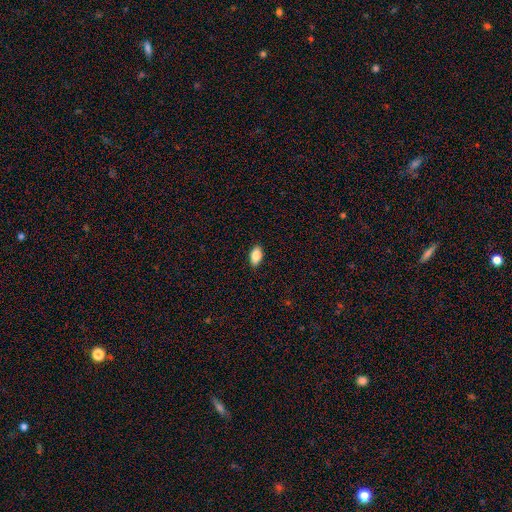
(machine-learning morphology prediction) The model was most divided on "merging": none: 88%, minor disturbance: 9%, major disturbance: 2%, merger: 1%. More confident: how rounded — in between (92%); smooth or featured — smooth (87%).